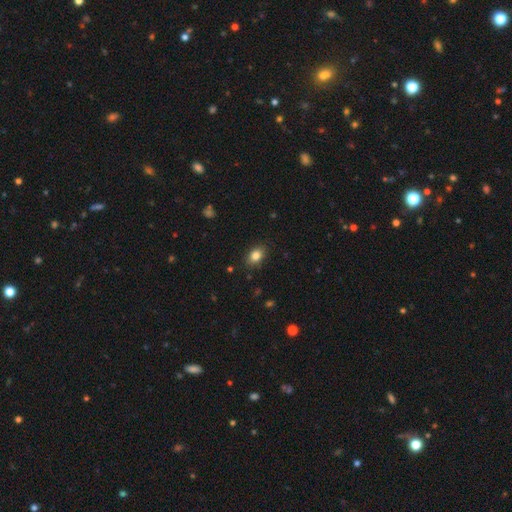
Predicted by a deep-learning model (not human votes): This is clearly a smooth galaxy (83%). How rounded: likely in between (76%). Merging: clearly none (86%).